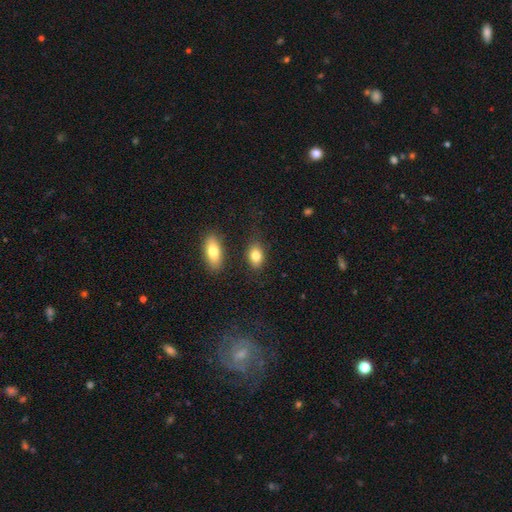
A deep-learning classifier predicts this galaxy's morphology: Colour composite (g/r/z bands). It shows a smooth galaxy with no disk features (82%) that is in between round and cigar-shaped (83%). Merging: none (77%).